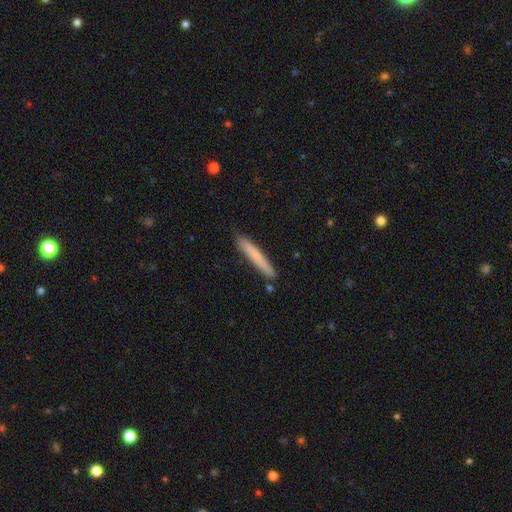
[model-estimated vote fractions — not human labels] Morphology: type=smooth (73%); roundness=cigar-shaped (95%); merging=none (87%).